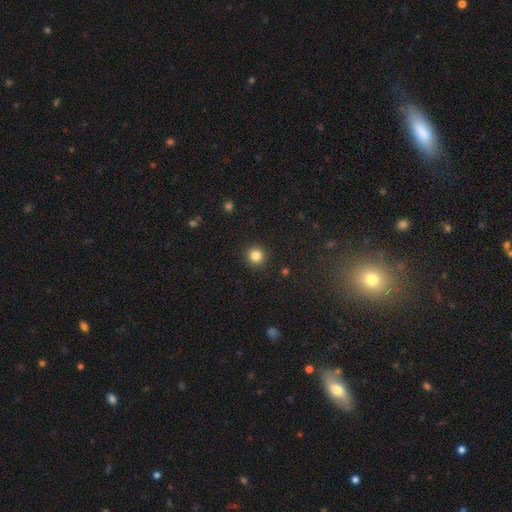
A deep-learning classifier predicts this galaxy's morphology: smooth 84%, star or artifact 11%, featured or disk 4%. Down the decision tree: how rounded — round (93%); merging — none (91%).